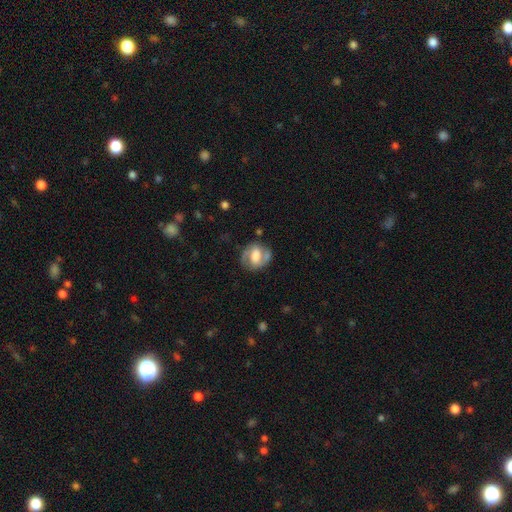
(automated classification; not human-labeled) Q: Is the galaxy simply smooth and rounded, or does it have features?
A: featured or disk — 62%.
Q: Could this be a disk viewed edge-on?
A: no — 96%.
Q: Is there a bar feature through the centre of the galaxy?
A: weak — 41%.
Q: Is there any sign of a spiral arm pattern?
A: yes — 75%.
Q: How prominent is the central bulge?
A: large — 41%.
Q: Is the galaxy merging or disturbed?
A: none — 64%.